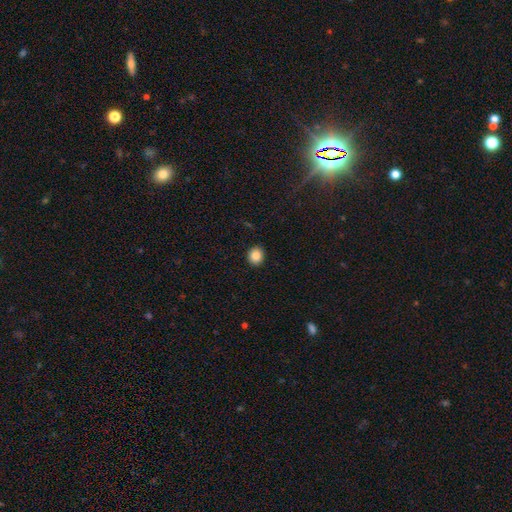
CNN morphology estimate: This is clearly a smooth galaxy (86%). How rounded: likely round (77%). Merging: clearly none (92%).